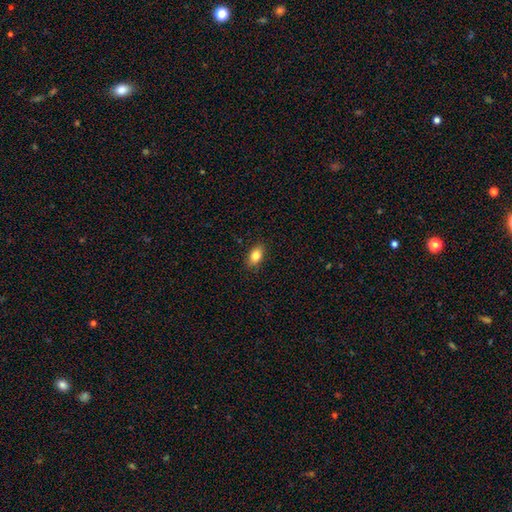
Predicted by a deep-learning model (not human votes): smooth_or_featured: smooth (p=0.83) [alt: featured or disk p=0.09]
how_rounded: in between (p=0.87) [alt: round p=0.11]
merging: none (p=0.87) [alt: minor disturbance p=0.10]